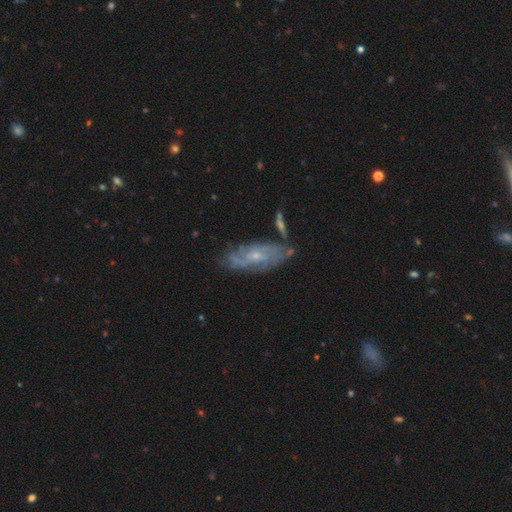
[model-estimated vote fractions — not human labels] A featured or disk galaxy (72%) with no bar (67%), tight (45%) spiral arms (82%) and a small central bulge (69%).

Vote fractions:
- Smooth or featured? featured or disk: 72% / smooth: 20% / star or artifact: 8%
- Edge-on disk? no: 86% / yes: 14%
- Bar? no: 67% / weak: 29% / strong: 5%
- Spiral arms? yes: 82% / no: 18%
- Spiral winding? tight: 45% / medium: 37% / loose: 18%
- Spiral arm count? can't tell: 49% / 2: 28% / 3: 11% / 4: 5% / 1: 4% / more than 4: 4%
- Bulge size? small: 69% / moderate: 26% / none: 3% / large: 1% / dominant: 1%
- Merging? none: 67% / minor disturbance: 19% / merger: 8% / major disturbance: 6%